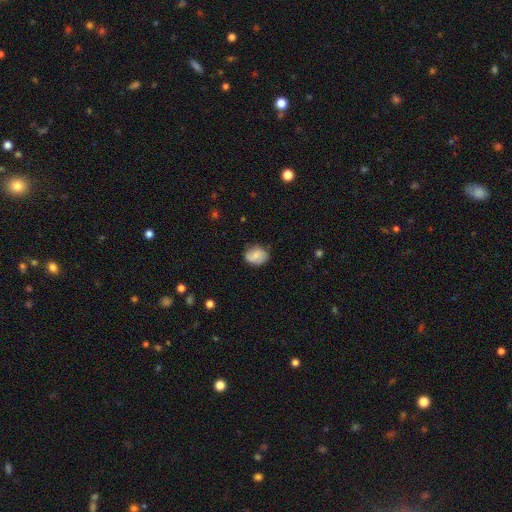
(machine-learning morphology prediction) Smooth or featured?
  - smooth: 64% *
  - featured or disk: 28%
  - star or artifact: 8%
How rounded?
  - round: 52% *
  - in between: 47%
  - cigar-shaped: 1%
Merging?
  - none: 68% *
  - minor disturbance: 24%
  - major disturbance: 6%
  - merger: 2%